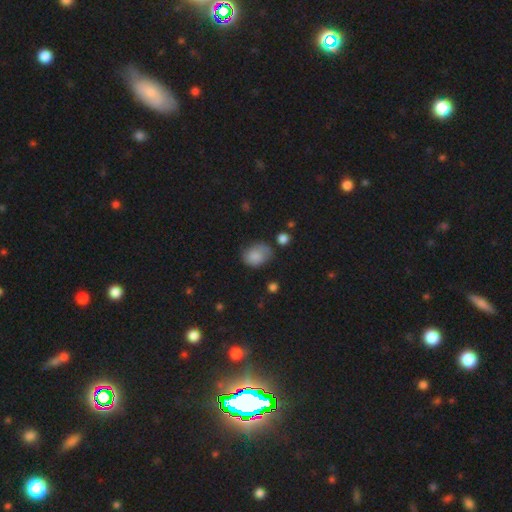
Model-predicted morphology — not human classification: smooth_or_featured: smooth (p=0.78) [alt: featured or disk p=0.13]
how_rounded: in between (p=0.67) [alt: round p=0.32]
merging: none (p=0.55) [alt: minor disturbance p=0.31]